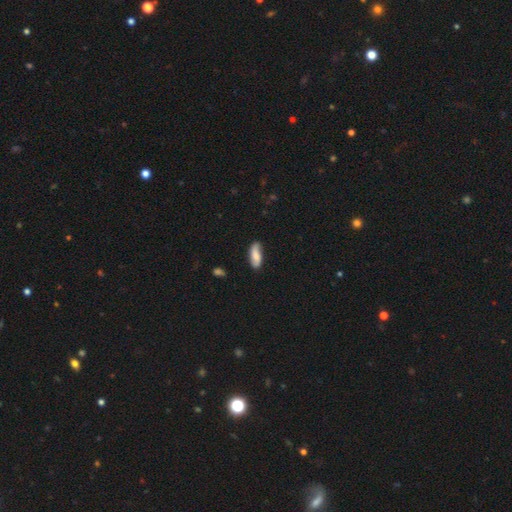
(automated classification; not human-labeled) Smooth or featured: smooth — 68% (featured or disk — 26%)
How rounded: in between — 74% (cigar-shaped — 24%)
Merging: none — 74% (minor disturbance — 21%)